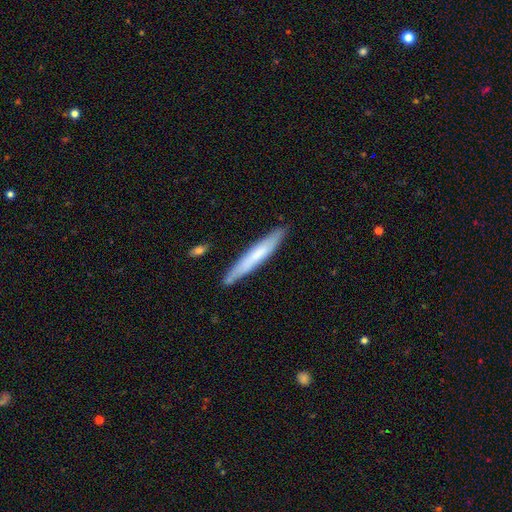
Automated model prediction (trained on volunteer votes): This appears to be a smooth galaxy with no disk features (60%) that is cigar-shaped (95%). Merging: none (86%).